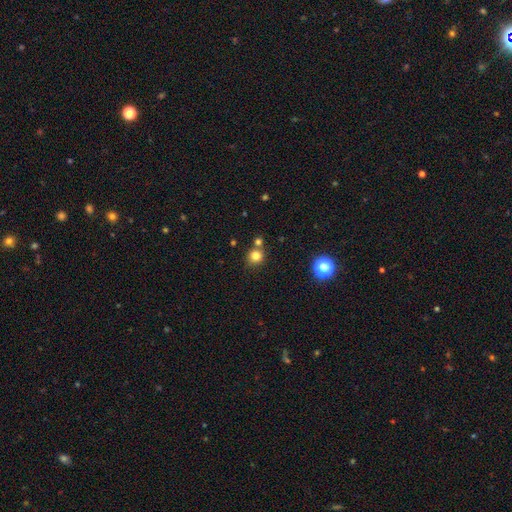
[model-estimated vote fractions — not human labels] Smooth or featured? Predicted: smooth (p=0.80). How rounded? Predicted: round (p=0.90). Merging? Predicted: none (p=0.69).